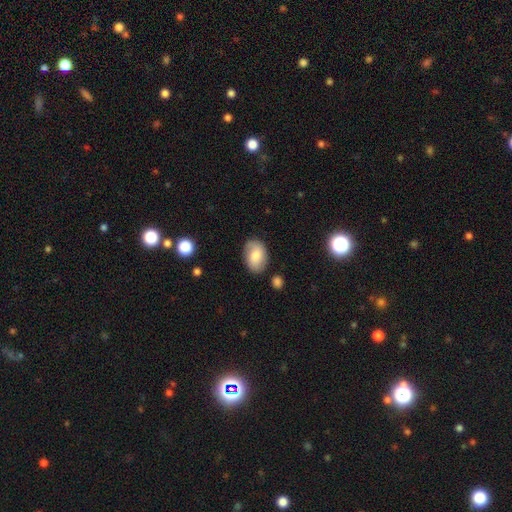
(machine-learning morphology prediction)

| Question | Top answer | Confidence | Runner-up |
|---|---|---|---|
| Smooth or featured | smooth | 75% | featured or disk (18%) |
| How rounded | in between | 85% | round (14%) |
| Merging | none | 78% | minor disturbance (16%) |